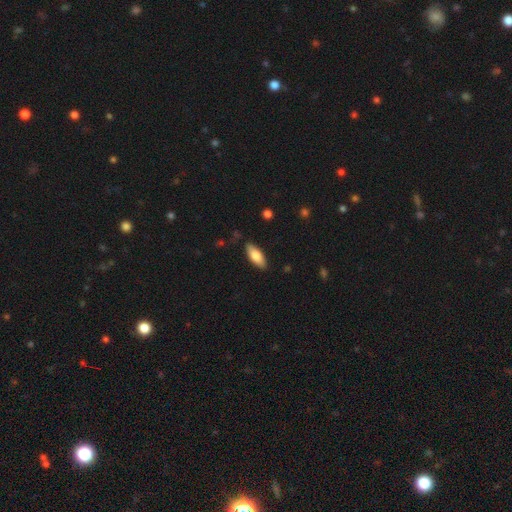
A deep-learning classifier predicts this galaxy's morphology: A smooth galaxy with no disk features (77%) that is in between round and cigar-shaped (76%). Merging: none (86%).